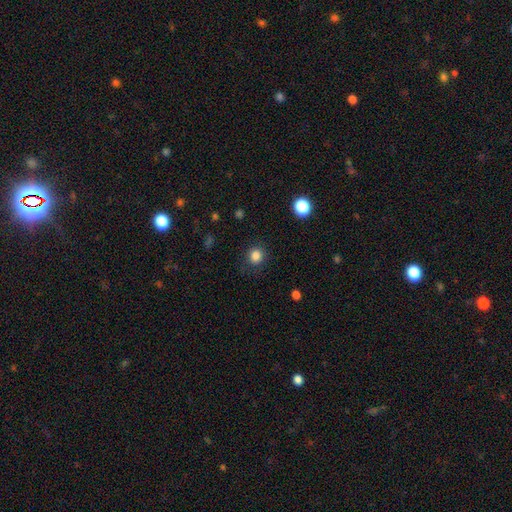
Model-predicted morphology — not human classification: This is clearly a smooth galaxy (84%). How rounded: clearly round (86%). Merging: clearly none (86%).